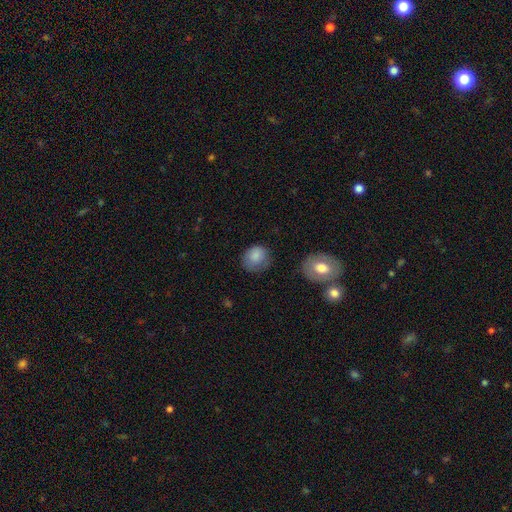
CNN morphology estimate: This is clearly a smooth galaxy (82%). How rounded: likely round (72%). Merging: likely none (62%).